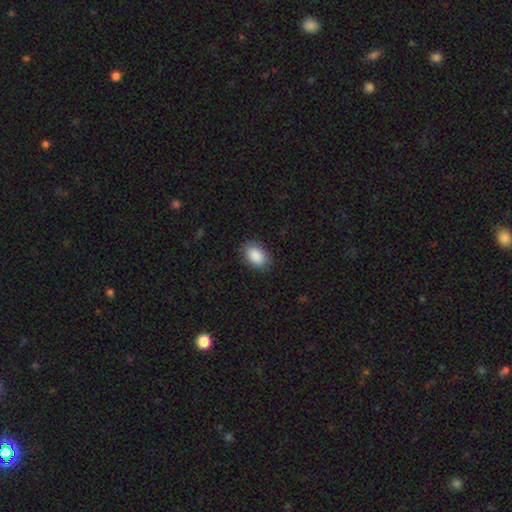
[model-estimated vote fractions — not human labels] smooth-or-featured: smooth: 90% | star or artifact: 6% | featured or disk: 4%
  how-rounded: in between: 90% | round: 9% | cigar-shaped: 1%
  merging: none: 86% | minor disturbance: 10% | major disturbance: 3% | merger: 1%